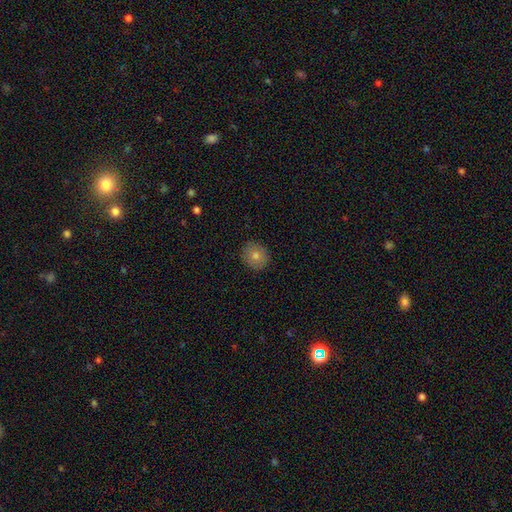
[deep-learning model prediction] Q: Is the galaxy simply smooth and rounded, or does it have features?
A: smooth — 73%.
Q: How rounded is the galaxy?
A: round — 86%.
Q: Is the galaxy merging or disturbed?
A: none — 90%.